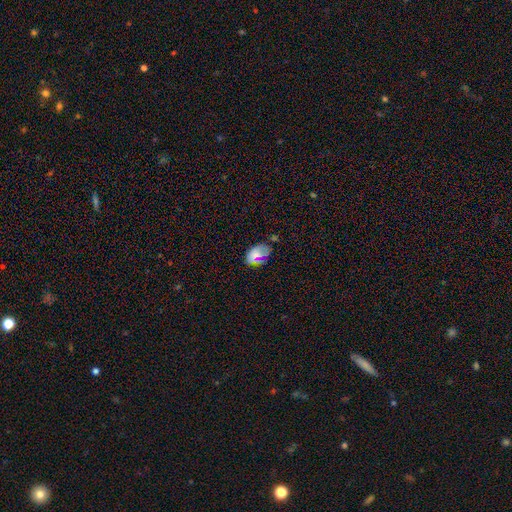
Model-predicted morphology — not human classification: Smooth or featured? Predicted: smooth (p=0.70). How rounded? Predicted: in between (p=0.90). Merging? Predicted: none (p=0.70).